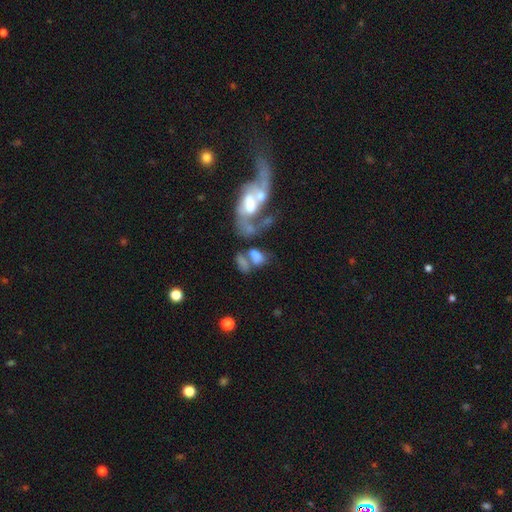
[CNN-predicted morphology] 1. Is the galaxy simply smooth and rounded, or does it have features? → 53% smooth, 35% featured or disk, 12% star or artifact.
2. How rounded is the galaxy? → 86% in between, 10% round, 4% cigar-shaped.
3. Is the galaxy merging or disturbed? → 55% merger, 18% major disturbance, 17% none, 9% minor disturbance.